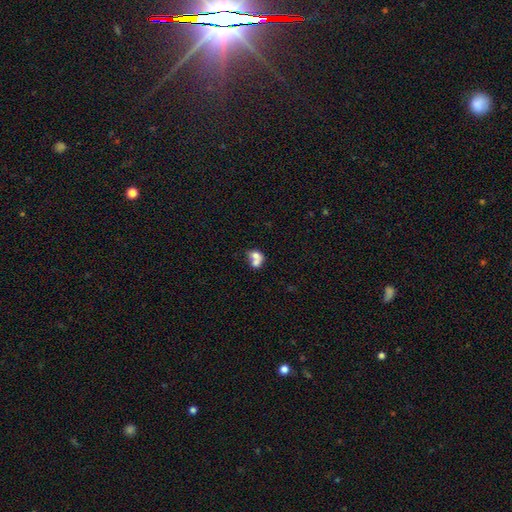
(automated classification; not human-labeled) Smooth or featured? Predicted: smooth (p=0.66). How rounded? Predicted: in between (p=0.52). Merging? Predicted: merger (p=0.70).